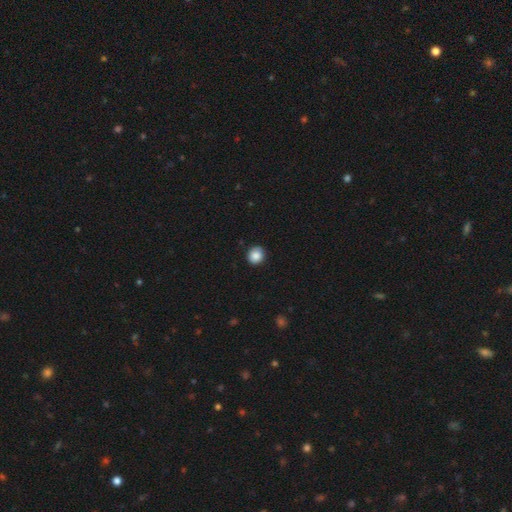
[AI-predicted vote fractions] smooth 86%, star or artifact 9%, featured or disk 5%. Down the decision tree: how rounded — round (90%); merging — none (89%).